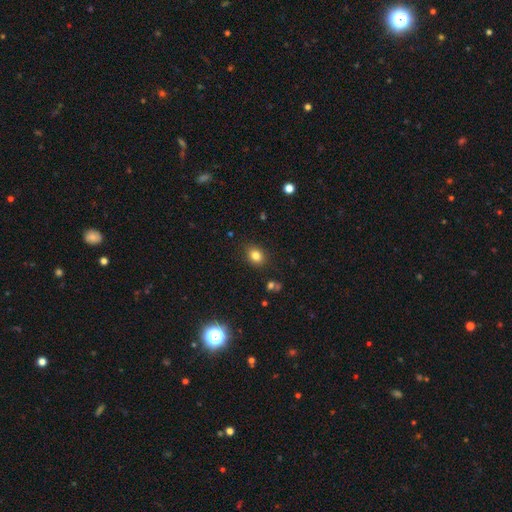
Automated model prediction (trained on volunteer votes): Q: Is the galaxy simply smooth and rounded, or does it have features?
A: smooth — 81%.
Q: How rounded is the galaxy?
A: round — 51%.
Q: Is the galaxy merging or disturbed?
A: none — 86%.